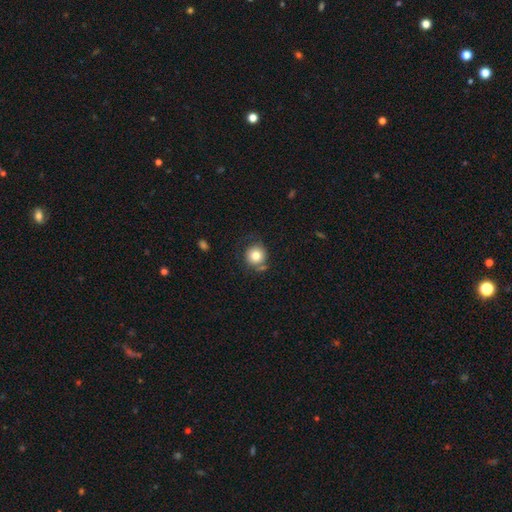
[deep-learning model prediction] Q: Smooth or featured?
A: smooth (77%); runner-up: featured or disk (14%)
Q: How rounded?
A: round (91%); runner-up: in between (8%)
Q: Merging?
A: none (66%); runner-up: minor disturbance (18%)